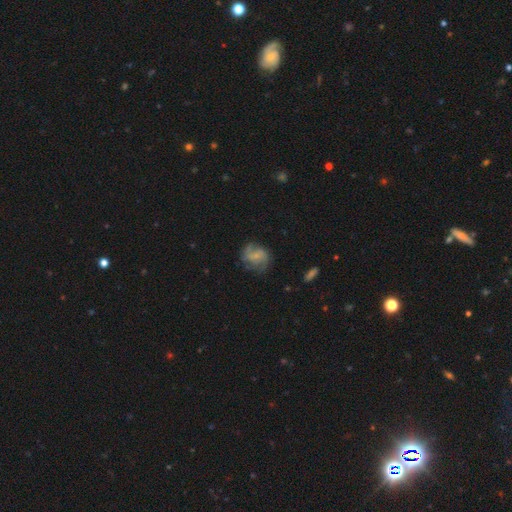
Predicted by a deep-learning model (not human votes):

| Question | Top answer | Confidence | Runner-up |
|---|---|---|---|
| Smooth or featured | featured or disk | 64% | smooth (29%) |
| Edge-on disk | no | 98% | yes (2%) |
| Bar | no | 53% | weak (40%) |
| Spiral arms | yes | 88% | no (12%) |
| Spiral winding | medium | 47% | loose (29%) |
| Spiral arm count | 2 | 59% | can't tell (20%) |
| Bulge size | small | 63% | none (19%) |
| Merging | none | 63% | minor disturbance (22%) |